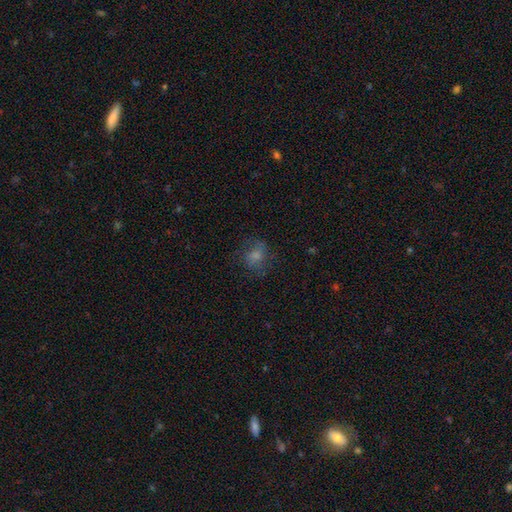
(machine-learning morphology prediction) type=smooth (70%); roundness=round (67%); merging=none (68%).